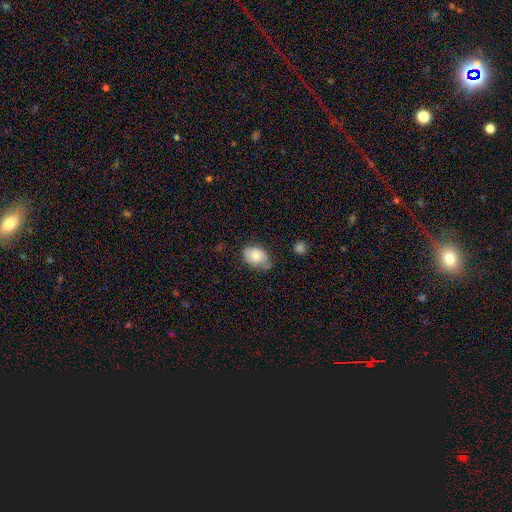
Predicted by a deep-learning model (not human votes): Smooth or featured: smooth — 78% (featured or disk — 14%)
How rounded: in between — 76% (round — 23%)
Merging: none — 58% (minor disturbance — 32%)